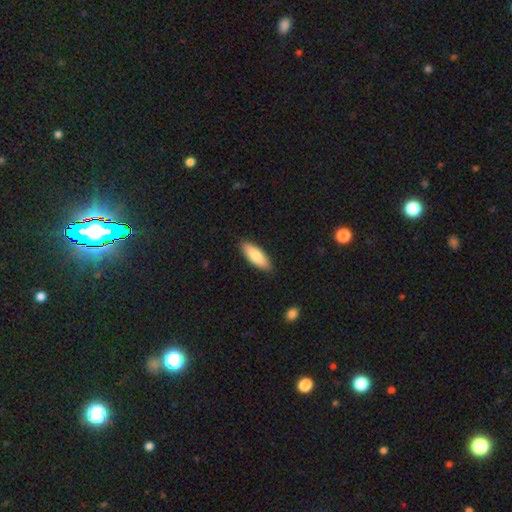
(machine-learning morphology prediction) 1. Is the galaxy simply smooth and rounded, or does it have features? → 79% smooth, 15% featured or disk, 5% star or artifact.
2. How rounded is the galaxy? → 61% in between, 38% cigar-shaped, 2% round.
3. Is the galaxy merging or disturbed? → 88% none, 9% minor disturbance, 2% major disturbance, 1% merger.